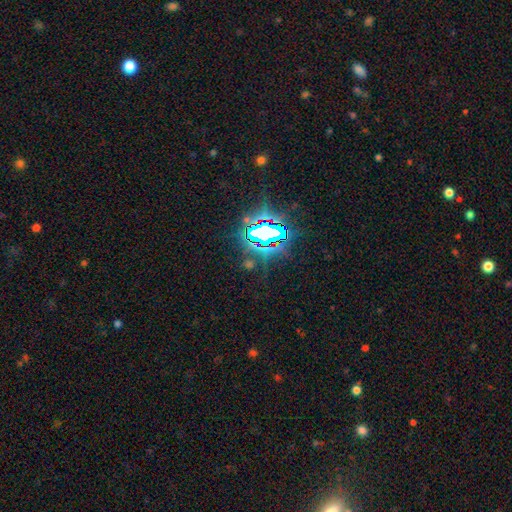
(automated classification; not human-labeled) smooth_or_featured: star or artifact (p=0.83) [alt: smooth p=0.10]